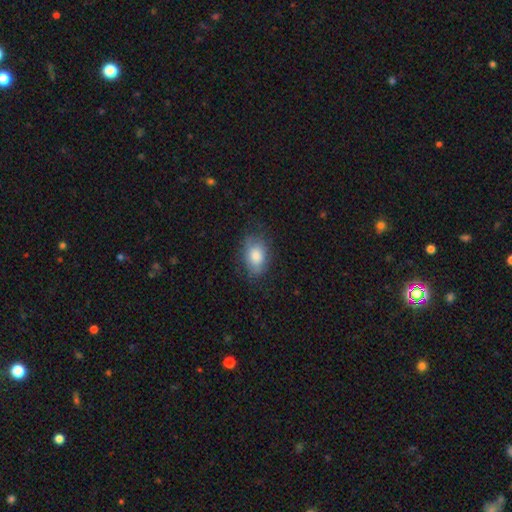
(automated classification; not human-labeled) Q: Smooth or featured?
A: smooth (77%); runner-up: featured or disk (15%)
Q: How rounded?
A: in between (83%); runner-up: round (15%)
Q: Merging?
A: none (68%); runner-up: minor disturbance (23%)